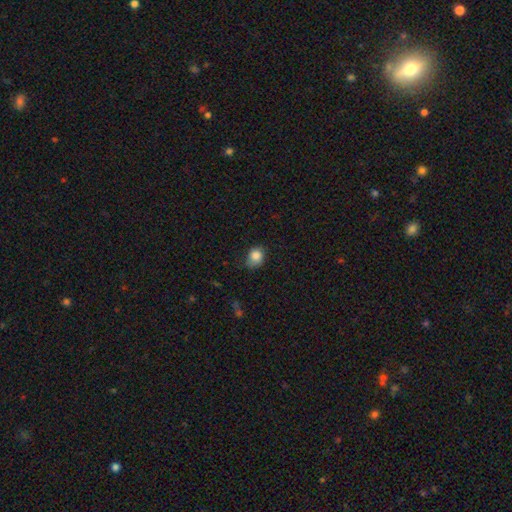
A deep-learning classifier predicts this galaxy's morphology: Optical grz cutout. It shows a smooth galaxy with no disk features (84%) that is round (53%). Merging: none (62%).